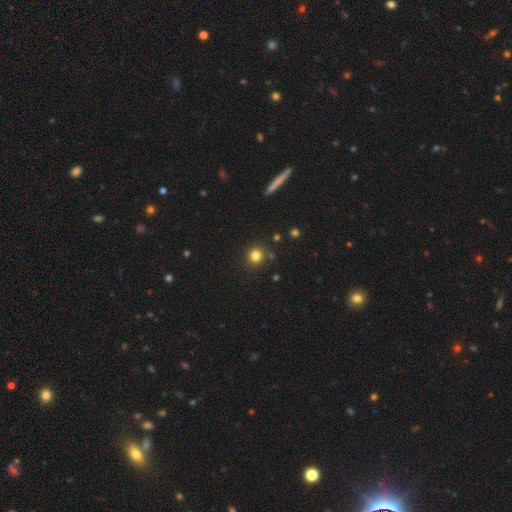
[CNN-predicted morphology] Overall: smooth (81%). How rounded: round (90%). Merging: none (86%).